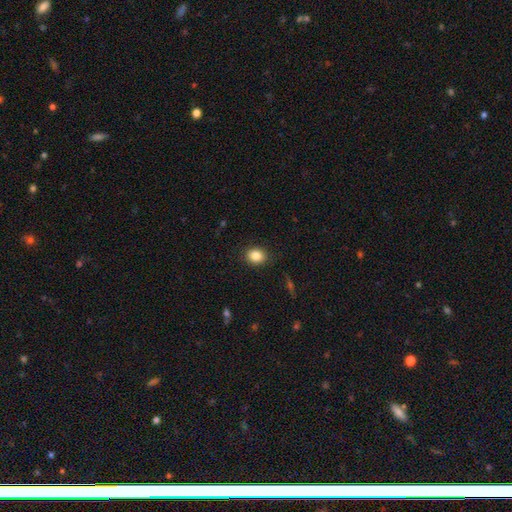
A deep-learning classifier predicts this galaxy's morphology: Q: Smooth or featured?
A: smooth (85%); runner-up: star or artifact (9%)
Q: How rounded?
A: round (51%); runner-up: in between (47%)
Q: Merging?
A: none (88%); runner-up: minor disturbance (8%)